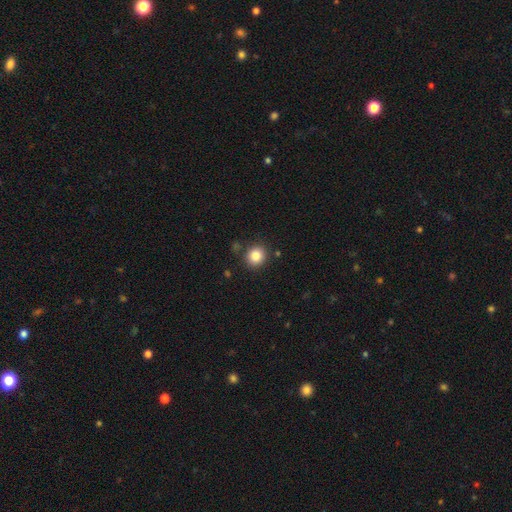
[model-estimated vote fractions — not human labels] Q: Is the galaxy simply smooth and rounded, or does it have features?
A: smooth — 84%.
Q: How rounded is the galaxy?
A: round — 85%.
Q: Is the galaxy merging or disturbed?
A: none — 86%.